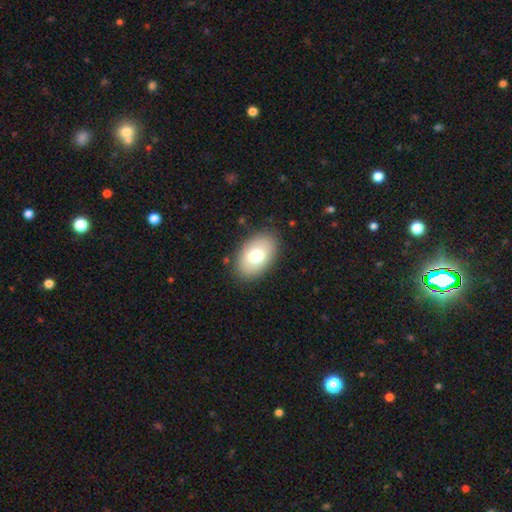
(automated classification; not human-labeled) Smooth or featured? smooth (73%)
How rounded? in between (89%)
Merging? none (85%)